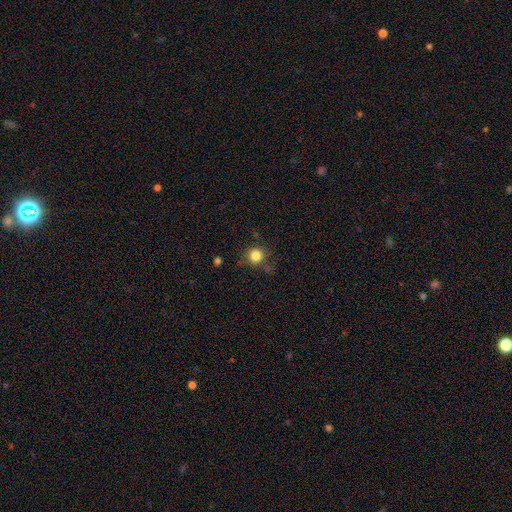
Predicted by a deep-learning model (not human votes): Smooth or featured? Predicted: smooth (p=0.83). How rounded? Predicted: round (p=0.91). Merging? Predicted: none (p=0.77).